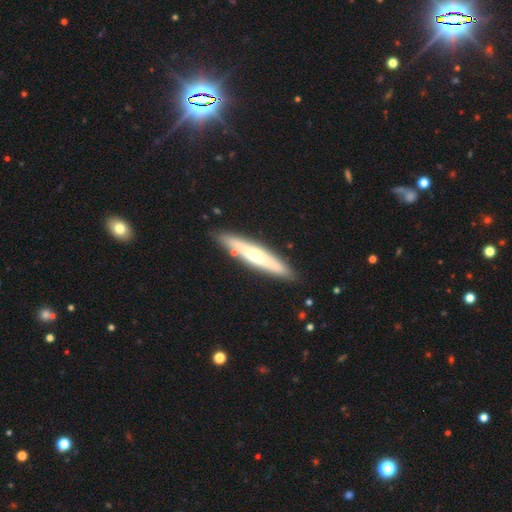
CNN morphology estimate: A featured or disk galaxy (53%) viewed edge-on (86%). Merging: none (86%).